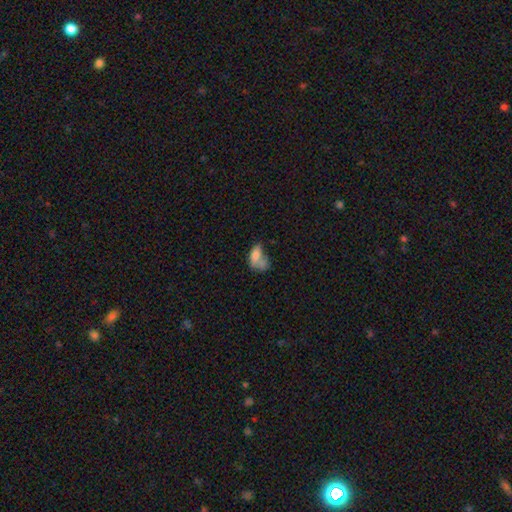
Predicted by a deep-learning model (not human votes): Smooth or featured?
  - smooth: 70% *
  - featured or disk: 19%
  - star or artifact: 10%
How rounded?
  - in between: 85% *
  - round: 8%
  - cigar-shaped: 7%
Merging?
  - merger: 38% *
  - none: 23%
  - major disturbance: 22%
  - minor disturbance: 17%